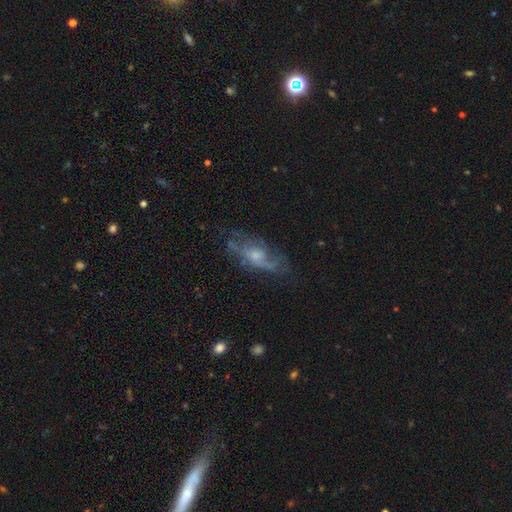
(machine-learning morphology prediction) This is likely a featured or disk galaxy (65%). It is clearly not viewed edge-on (81%). Bar: likely no (71%). Spiral arm pattern: likely yes (71%). Central bulge: marginally small (45%). Merging: likely none (62%).